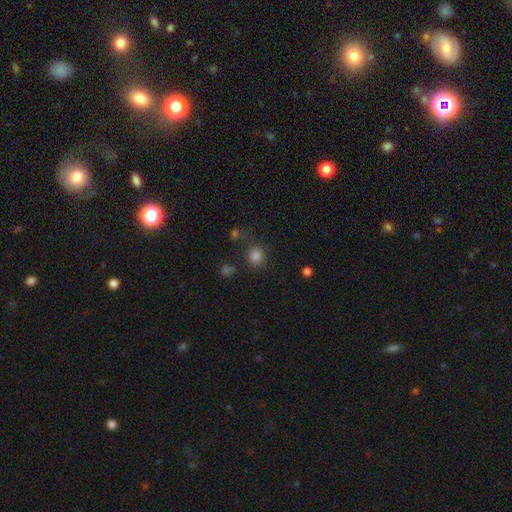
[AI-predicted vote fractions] Smooth or featured? Predicted: smooth (p=0.81). How rounded? Predicted: round (p=0.87). Merging? Predicted: none (p=0.76).